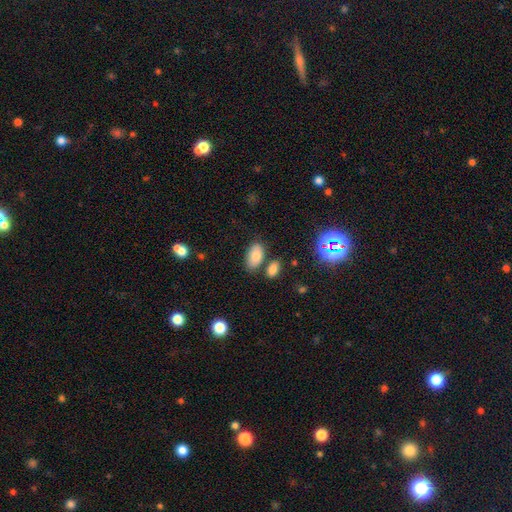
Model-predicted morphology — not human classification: type=smooth (80%); roundness=in between (93%); merging=none (72%).